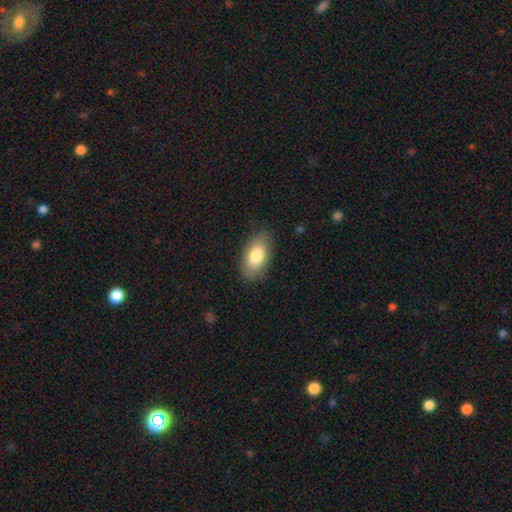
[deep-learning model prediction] The model was most divided on "smooth or featured": smooth: 80%, featured or disk: 13%, star or artifact: 7%. More confident: how rounded — in between (91%); merging — none (84%).